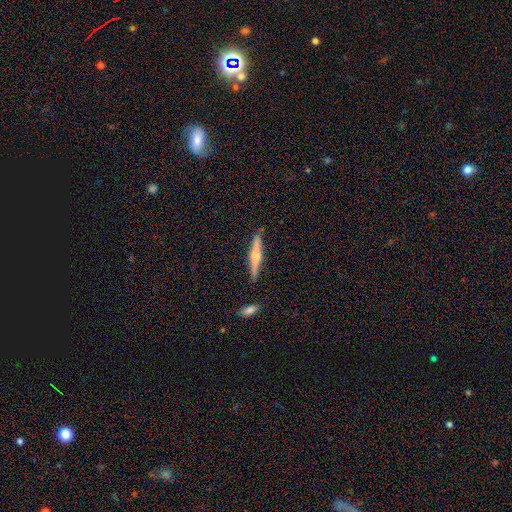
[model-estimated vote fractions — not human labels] The model was most divided on "smooth or featured": featured or disk: 56%, smooth: 38%, star or artifact: 6%. More confident: edge-on disk — yes (97%); edge-on bulge — rounded (85%); merging — none (84%).